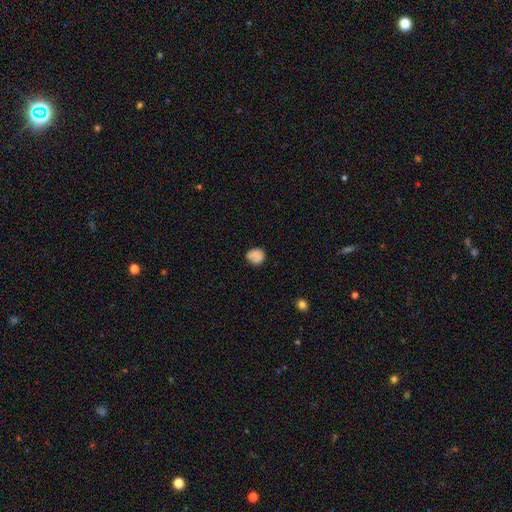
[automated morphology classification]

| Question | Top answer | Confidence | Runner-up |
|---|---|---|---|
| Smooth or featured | smooth | 82% | star or artifact (10%) |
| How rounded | round | 75% | in between (24%) |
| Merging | none | 70% | minor disturbance (22%) |